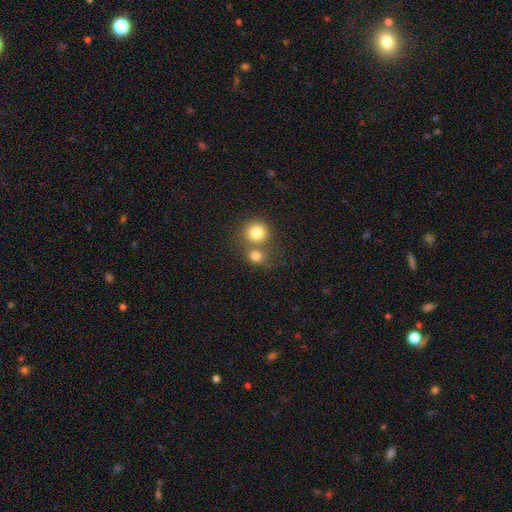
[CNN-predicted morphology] Overall: smooth (79%). How rounded: round (80%). Merging: merger (45%; none 44%).